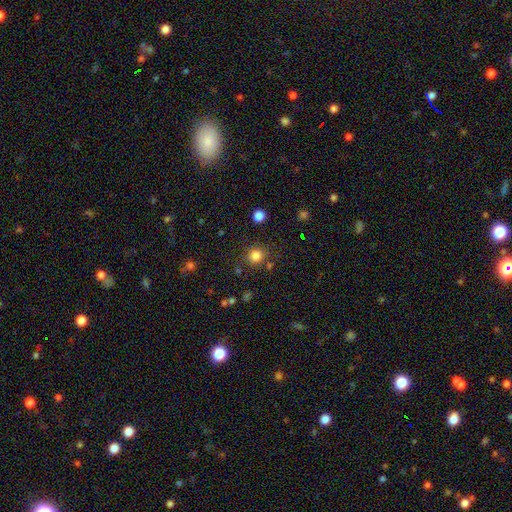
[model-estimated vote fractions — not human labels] This is clearly a smooth galaxy (82%). How rounded: clearly round (89%). Merging: clearly none (83%).